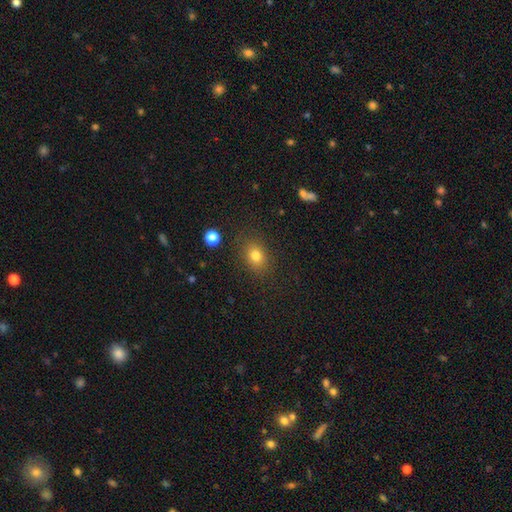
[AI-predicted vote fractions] This is likely a smooth galaxy (79%). How rounded: possibly in between (54%). Merging: clearly none (84%).